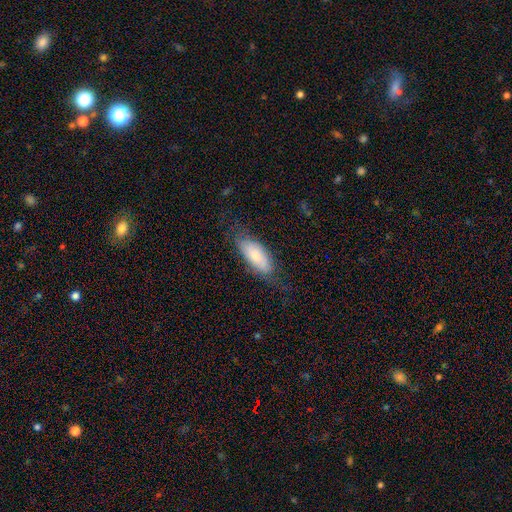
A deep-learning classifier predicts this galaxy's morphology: Smooth or featured? smooth (68%)
How rounded? in between (85%)
Merging? none (65%)